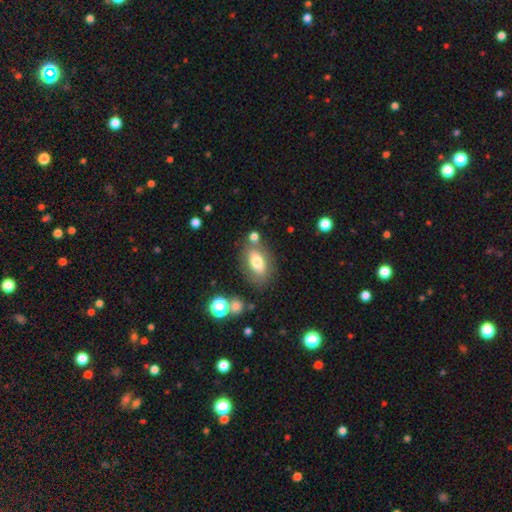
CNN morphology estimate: Overall: smooth (66%). How rounded: in between (87%). Merging: none (71%).